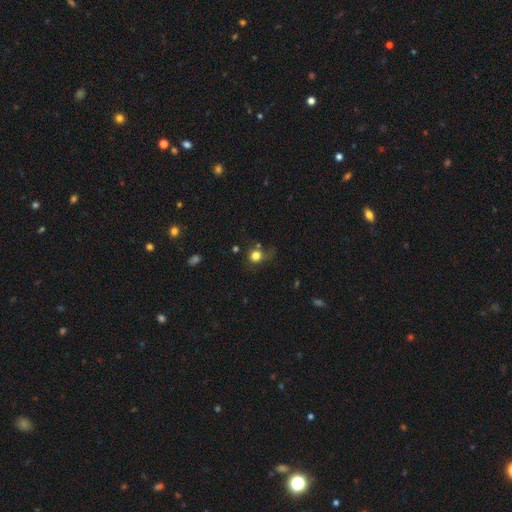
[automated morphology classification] This is likely a smooth galaxy (76%). How rounded: clearly round (84%). Merging: possibly none (55%).